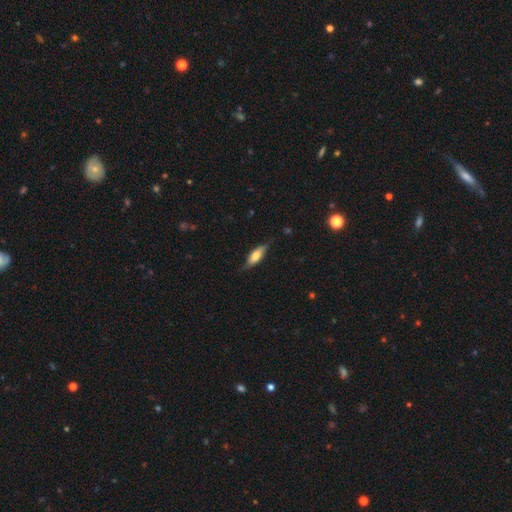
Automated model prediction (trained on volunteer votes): Smooth or featured? Predicted: smooth (p=0.65). How rounded? Predicted: in between (p=0.62). Merging? Predicted: none (p=0.71).